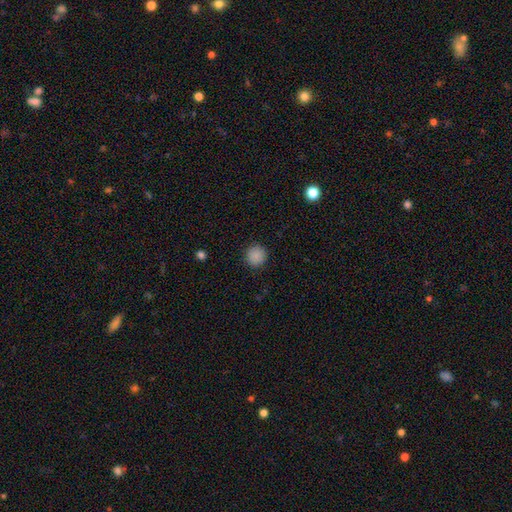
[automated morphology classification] This appears to be a smooth galaxy with no disk features (88%) that is round (93%). Merging: none (91%).